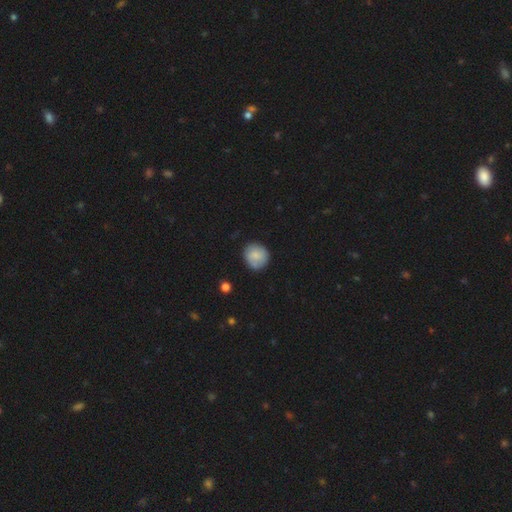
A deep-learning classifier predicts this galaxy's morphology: type=smooth (76%); roundness=round (87%); merging=none (78%).